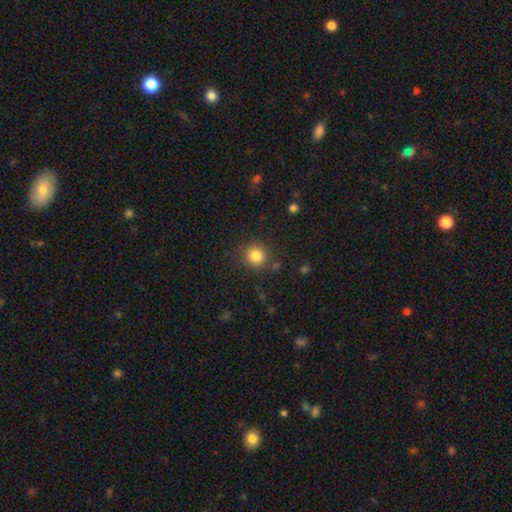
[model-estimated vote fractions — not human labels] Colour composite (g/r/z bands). It shows a smooth galaxy with no disk features (83%) that is round (91%). Merging: none (85%).